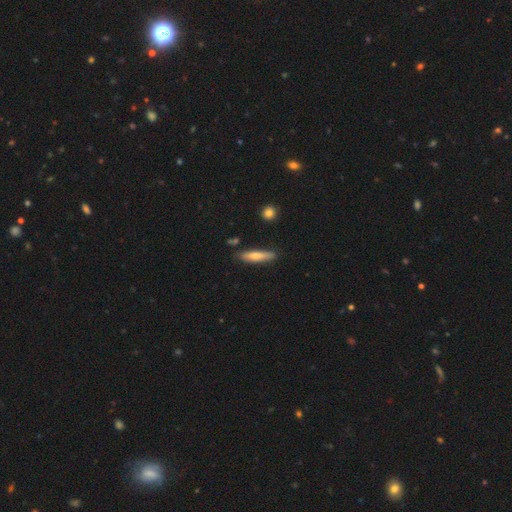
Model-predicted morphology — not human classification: Smooth or featured: smooth — 56% (featured or disk — 37%)
How rounded: cigar-shaped — 87% (in between — 11%)
Merging: none — 84% (minor disturbance — 11%)